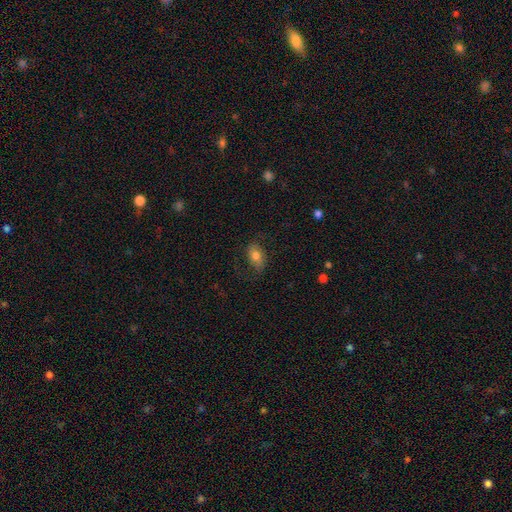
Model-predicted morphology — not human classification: A smooth galaxy with no disk features (70%) that is in between round and cigar-shaped (87%). Merging: none (69%).